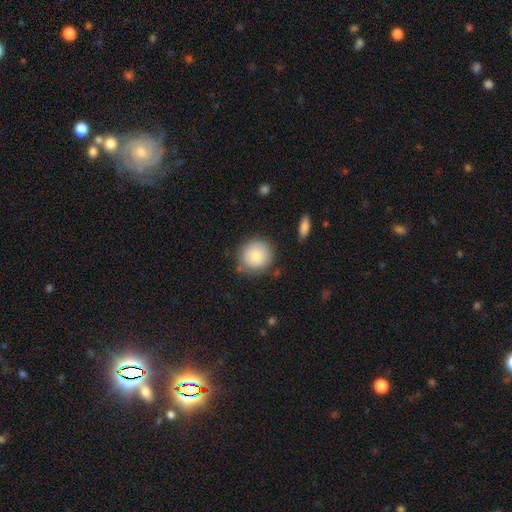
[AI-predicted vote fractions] smooth-or-featured: smooth: 82% | featured or disk: 10% | star or artifact: 7%
  how-rounded: round: 91% | in between: 8% | cigar-shaped: 1%
  merging: none: 79% | minor disturbance: 14% | major disturbance: 3% | merger: 3%